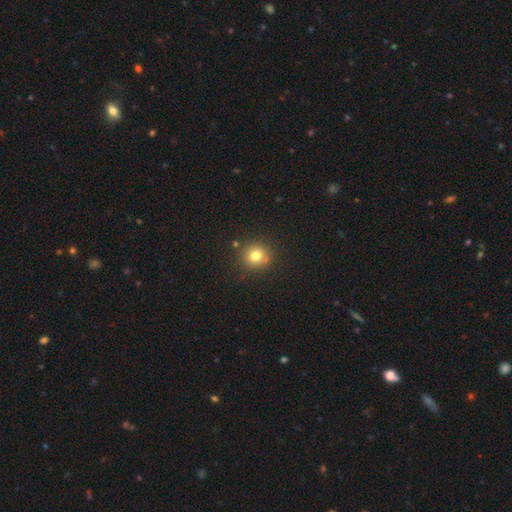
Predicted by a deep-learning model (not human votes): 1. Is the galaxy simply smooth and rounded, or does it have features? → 77% smooth, 14% star or artifact, 9% featured or disk.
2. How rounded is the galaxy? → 92% round, 7% in between, 1% cigar-shaped.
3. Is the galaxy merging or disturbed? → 83% none, 9% minor disturbance, 6% merger, 3% major disturbance.